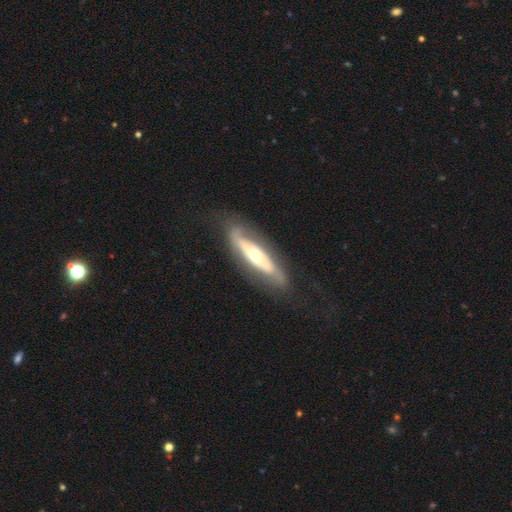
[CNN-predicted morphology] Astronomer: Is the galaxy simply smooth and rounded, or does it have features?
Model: featured or disk — 70%.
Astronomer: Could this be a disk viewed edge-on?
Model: no — 62% (runner-up: yes, 38%).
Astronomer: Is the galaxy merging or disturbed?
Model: none — 72%.